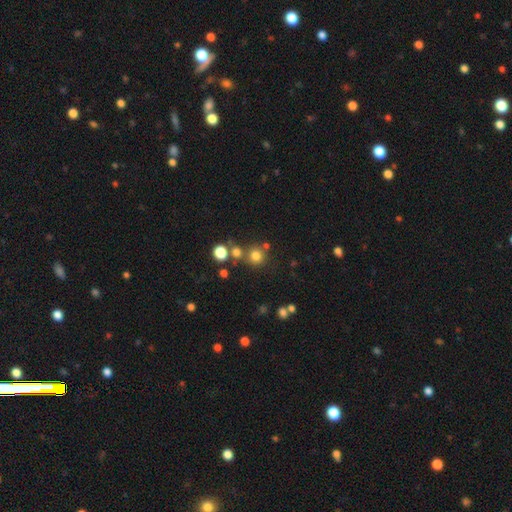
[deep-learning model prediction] smooth_or_featured: smooth (p=0.75) [alt: star or artifact p=0.18]
how_rounded: round (p=0.91) [alt: in between p=0.08]
merging: none (p=0.71) [alt: merger p=0.17]